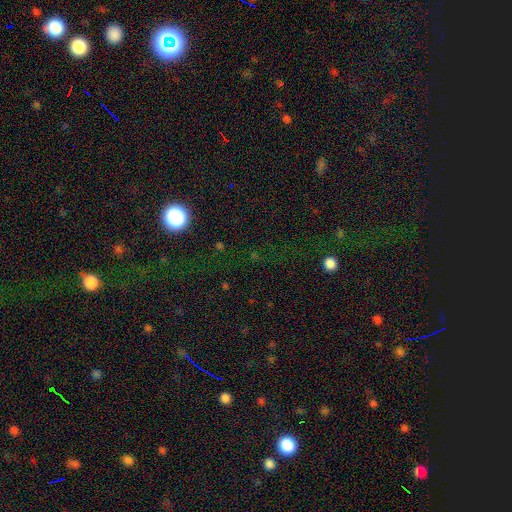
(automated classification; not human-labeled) Smooth or featured?
  - star or artifact: 74% *
  - smooth: 18%
  - featured or disk: 8%